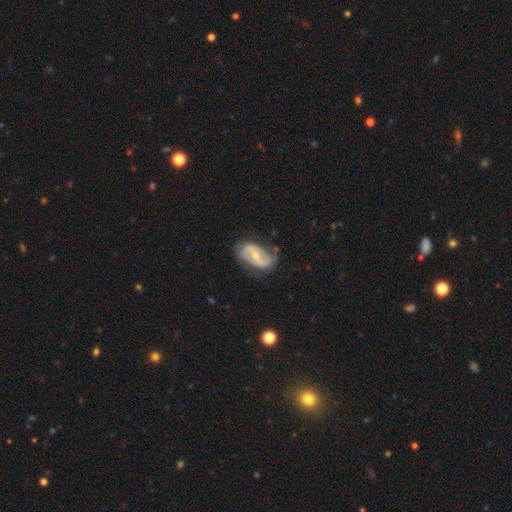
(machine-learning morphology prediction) Q: Smooth or featured?
A: featured or disk (78%); runner-up: smooth (17%)
Q: Edge-on disk?
A: no (96%); runner-up: yes (4%)
Q: Bar?
A: weak (43%); runner-up: strong (29%)
Q: Spiral arms?
A: yes (87%); runner-up: no (13%)
Q: Spiral winding?
A: medium (44%); runner-up: loose (34%)
Q: Spiral arm count?
A: 2 (84%); runner-up: can't tell (9%)
Q: Bulge size?
A: small (51%); runner-up: moderate (45%)
Q: Merging?
A: none (67%); runner-up: minor disturbance (23%)